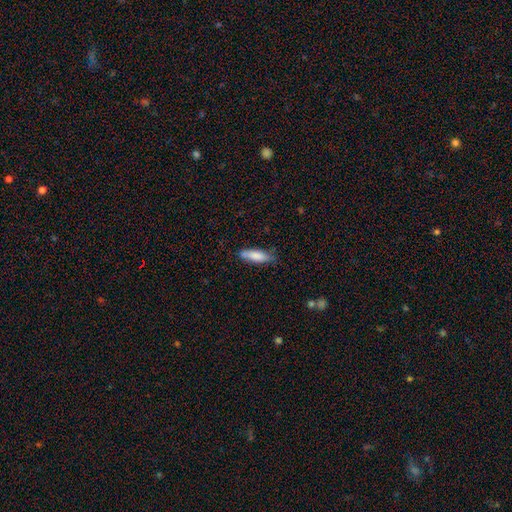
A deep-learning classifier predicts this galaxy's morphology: smooth-or-featured: smooth: 82% | featured or disk: 12% | star or artifact: 6%
  how-rounded: cigar-shaped: 55% | in between: 43% | round: 2%
  merging: none: 76% | minor disturbance: 19% | major disturbance: 3% | merger: 2%